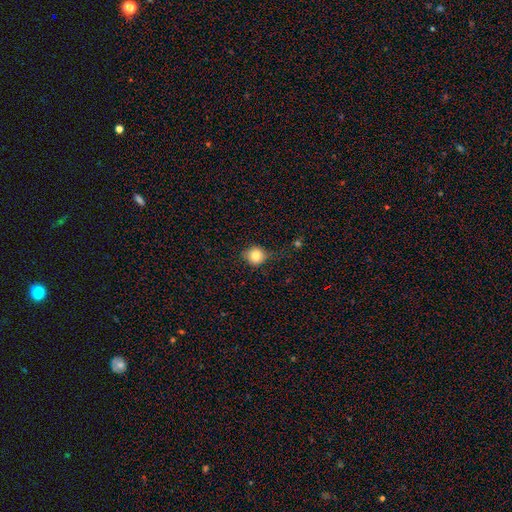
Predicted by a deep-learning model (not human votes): smooth 78%, featured or disk 11%, star or artifact 11%. Down the decision tree: how rounded — round (84%); merging — none (66%).